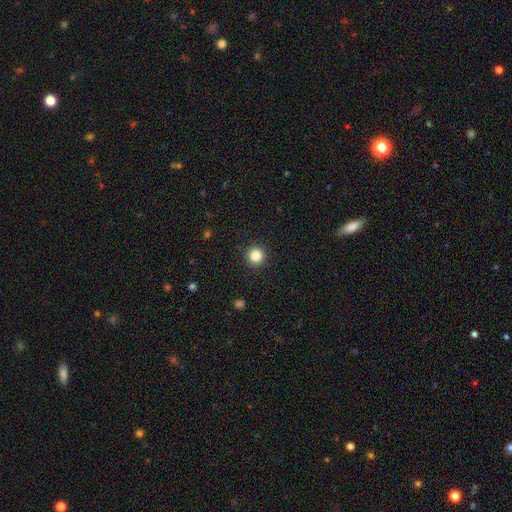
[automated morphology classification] smooth-or-featured: smooth: 85% | star or artifact: 11% | featured or disk: 4%
  how-rounded: round: 95% | in between: 4% | cigar-shaped: 1%
  merging: none: 92% | minor disturbance: 5% | major disturbance: 2% | merger: 1%